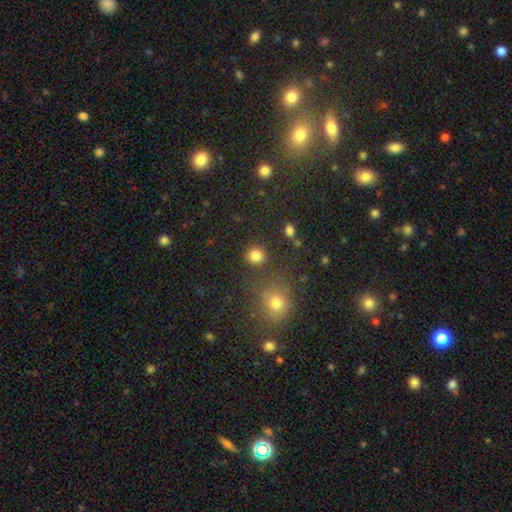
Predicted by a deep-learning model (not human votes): A smooth galaxy with no disk features (83%) that is round (88%). Merging: none (85%).